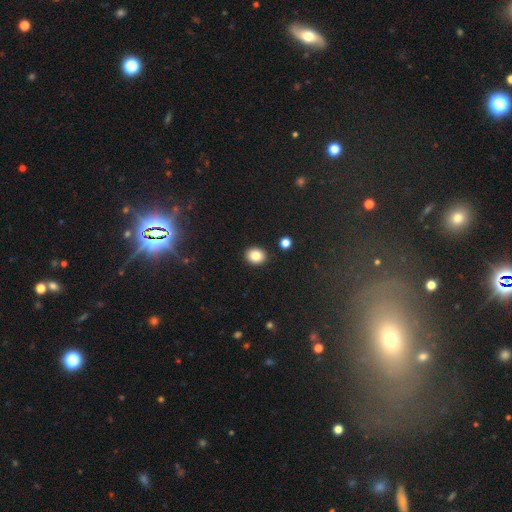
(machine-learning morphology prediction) The model was most divided on "how rounded": round: 63%, in between: 36%, cigar-shaped: 1%. More confident: merging — none (89%); smooth or featured — smooth (84%).